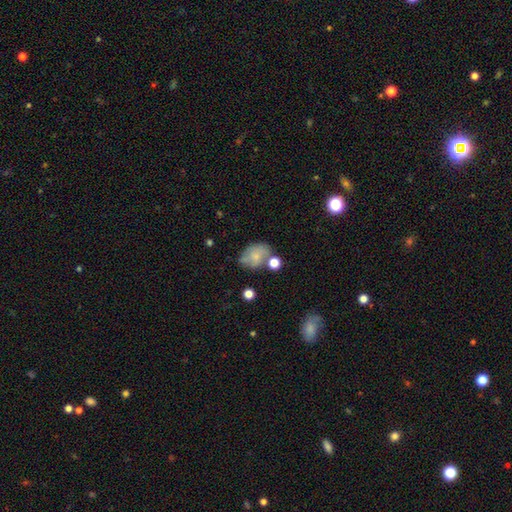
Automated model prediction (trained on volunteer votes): A smooth galaxy with no disk features (67%) that is in between round and cigar-shaped (70%).

Vote fractions:
- Smooth or featured? smooth: 67% / featured or disk: 24% / star or artifact: 9%
- How rounded? in between: 70% / round: 29% / cigar-shaped: 1%
- Merging? none: 50% / minor disturbance: 23% / merger: 18% / major disturbance: 9%